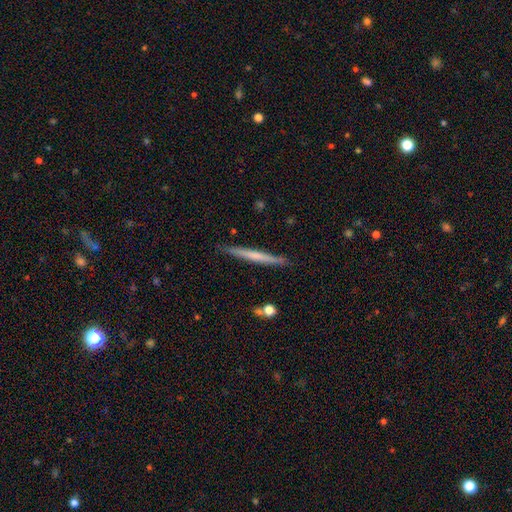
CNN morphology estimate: This appears to be a smooth galaxy with no disk features (50%) that is cigar-shaped (97%). Merging: none (89%).